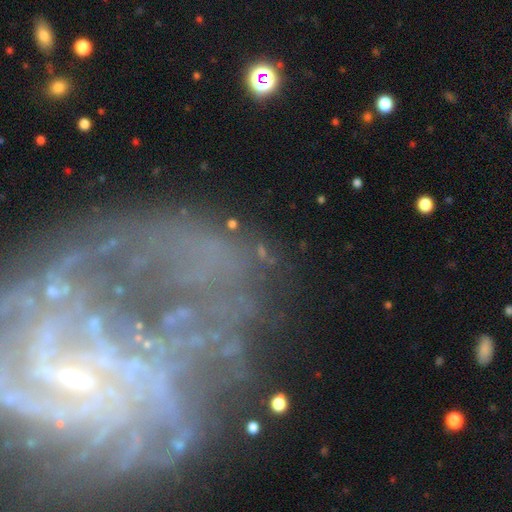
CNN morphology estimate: This appears to be a featured or disk galaxy (74%) with no bar (43%), tight (46%) spiral arms (73%) and a small central bulge (52%). Merging: none (53%).